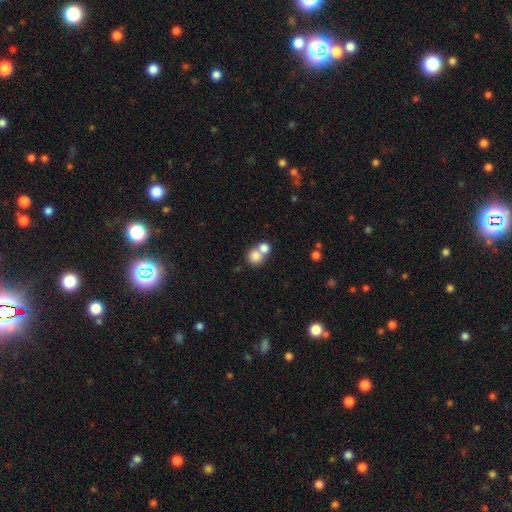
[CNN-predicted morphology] smooth-or-featured: smooth: 80% | featured or disk: 11% | star or artifact: 10%
  how-rounded: round: 84% | in between: 15% | cigar-shaped: 1%
  merging: merger: 54% | none: 37% | minor disturbance: 6% | major disturbance: 3%